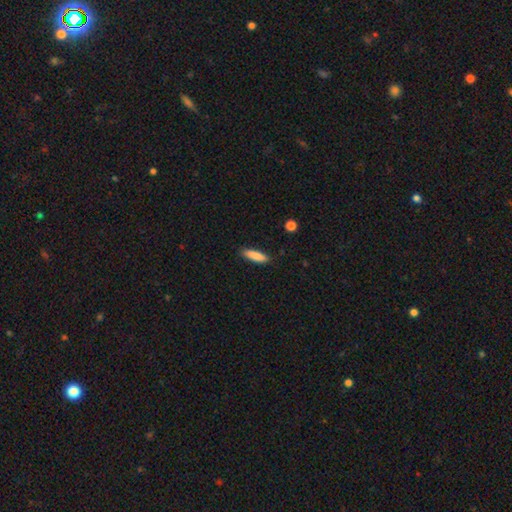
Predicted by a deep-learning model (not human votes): Smooth or featured? smooth (86%)
How rounded? cigar-shaped (65%)
Merging? none (86%)